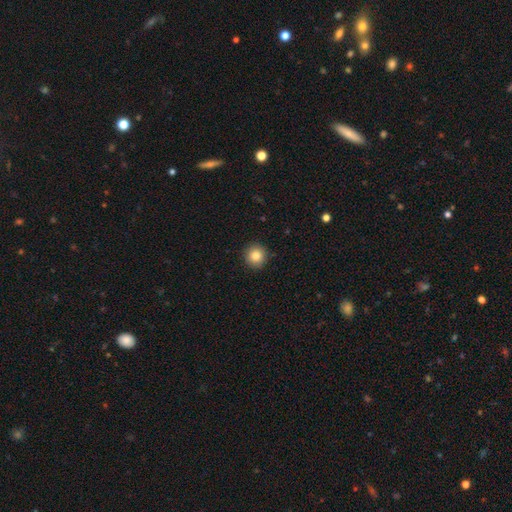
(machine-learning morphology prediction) Q: Smooth or featured?
A: smooth (85%); runner-up: star or artifact (9%)
Q: How rounded?
A: round (93%); runner-up: in between (7%)
Q: Merging?
A: none (90%); runner-up: minor disturbance (7%)